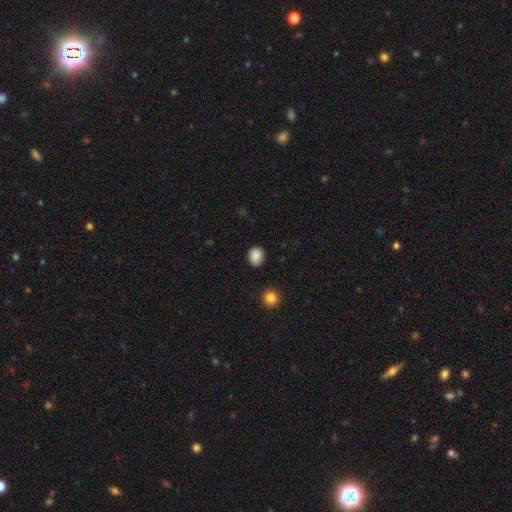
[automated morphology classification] This is clearly a smooth galaxy (87%). How rounded: likely round (74%). Merging: clearly none (87%).